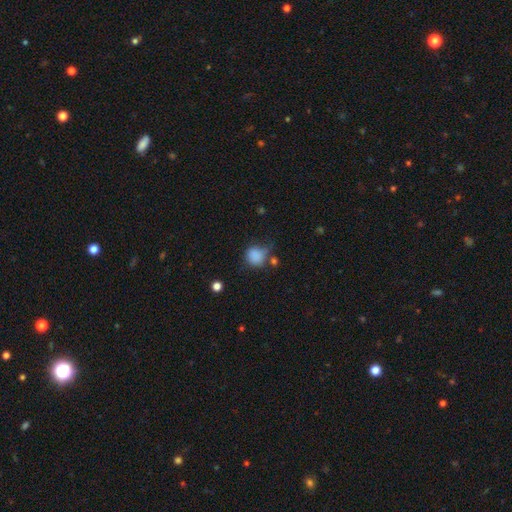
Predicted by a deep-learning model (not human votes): Smooth or featured? smooth (83%)
How rounded? round (78%)
Merging? none (49%)